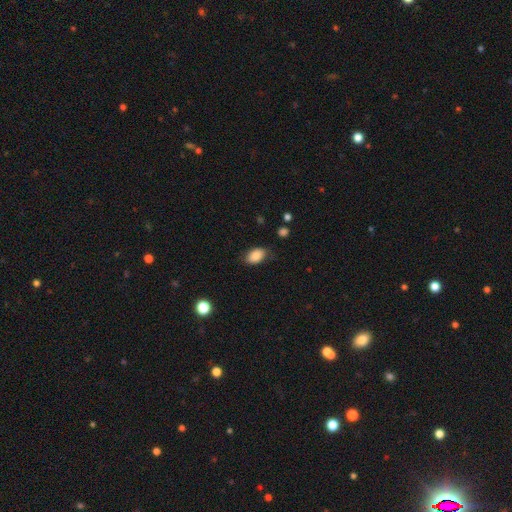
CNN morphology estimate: Overall: smooth (86%). How rounded: in between (89%). Merging: none (78%).